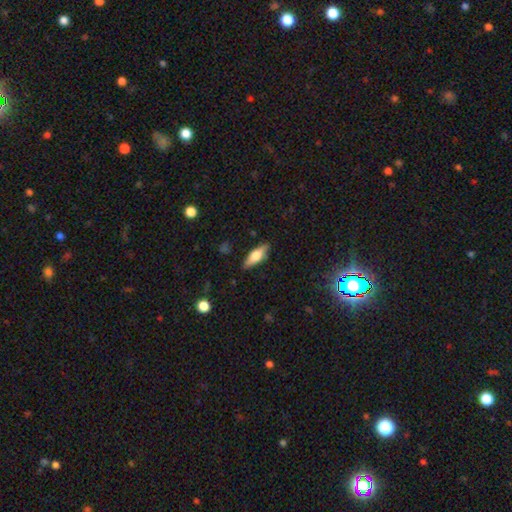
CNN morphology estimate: Smooth or featured? smooth (57%)
How rounded? in between (57%)
Merging? none (86%)